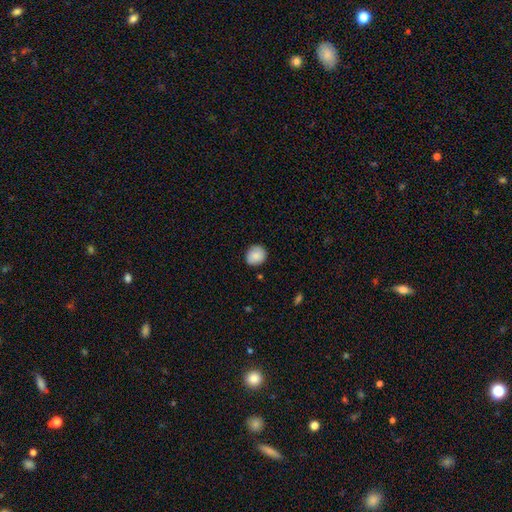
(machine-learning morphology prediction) The model was most divided on "how rounded": round: 81%, in between: 18%, cigar-shaped: 1%. More confident: smooth or featured — smooth (85%); merging — none (84%).